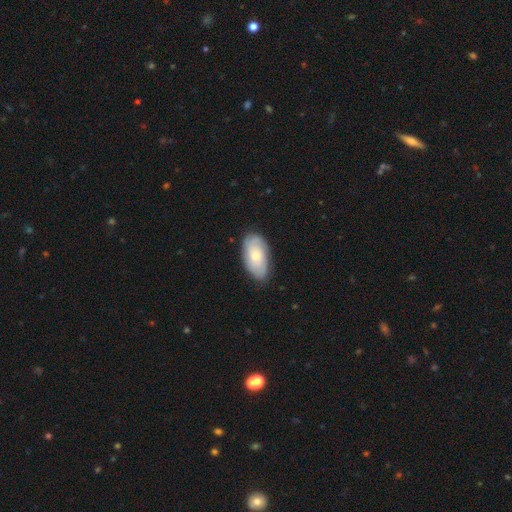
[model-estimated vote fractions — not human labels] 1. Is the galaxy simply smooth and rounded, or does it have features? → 51% smooth, 43% featured or disk, 6% star or artifact.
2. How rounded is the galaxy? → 93% in between, 4% round, 3% cigar-shaped.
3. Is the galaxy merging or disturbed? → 78% none, 17% minor disturbance, 3% major disturbance, 1% merger.